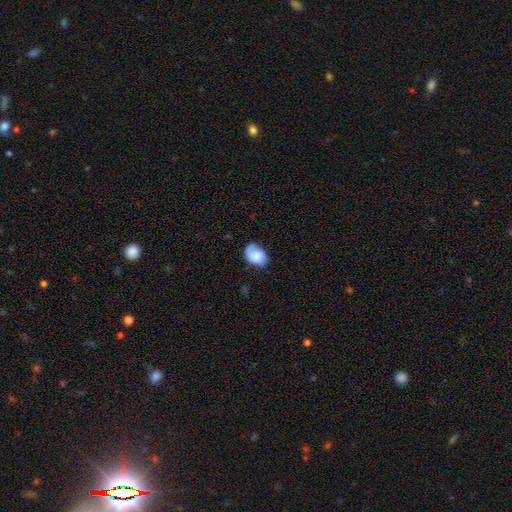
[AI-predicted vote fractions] smooth-or-featured: smooth: 76% | featured or disk: 17% | star or artifact: 7%
  how-rounded: in between: 79% | round: 20% | cigar-shaped: 1%
  merging: none: 60% | minor disturbance: 30% | major disturbance: 8% | merger: 2%